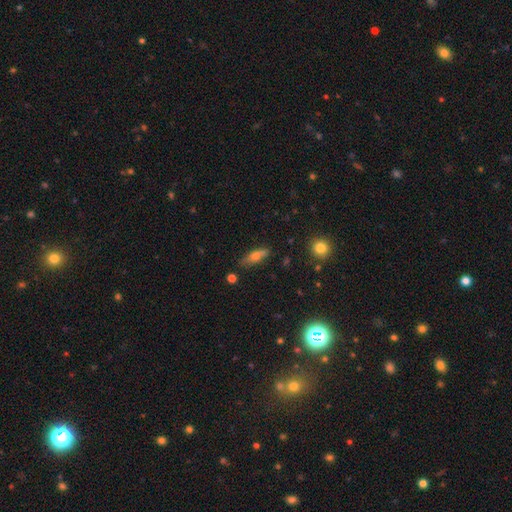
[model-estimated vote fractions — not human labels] Smooth or featured? Predicted: smooth (p=0.60). How rounded? Predicted: cigar-shaped (p=0.53). Merging? Predicted: none (p=0.78).